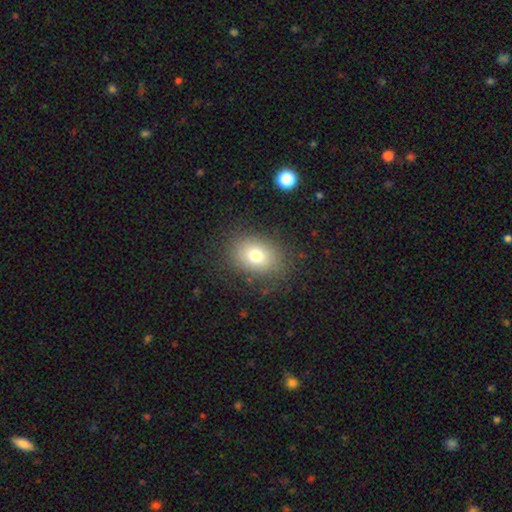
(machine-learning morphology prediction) smooth 75%, star or artifact 13%, featured or disk 12%. Down the decision tree: how rounded — in between (59%); merging — none (81%).